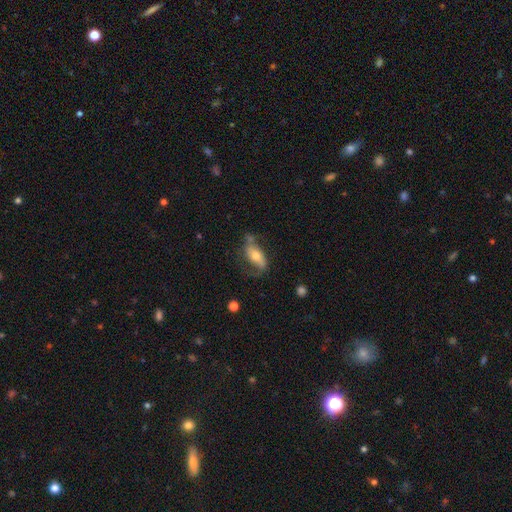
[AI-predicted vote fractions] Smooth or featured?
  - smooth: 48% *
  - featured or disk: 45%
  - star or artifact: 7%
Merging?
  - none: 50% *
  - minor disturbance: 26%
  - major disturbance: 18%
  - merger: 6%